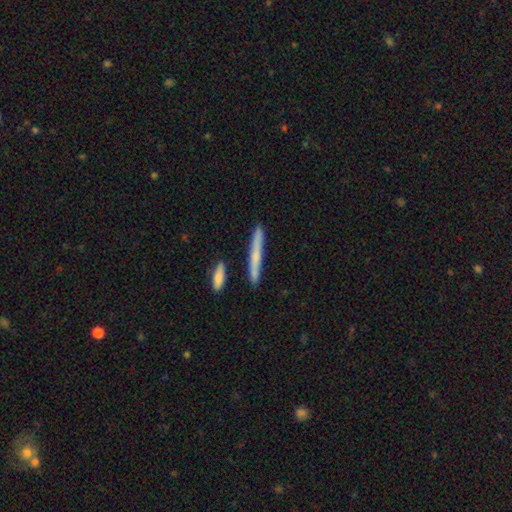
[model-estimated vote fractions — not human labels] Overall: smooth (55%; featured or disk 38%). How rounded: cigar-shaped (96%). Merging: none (86%).